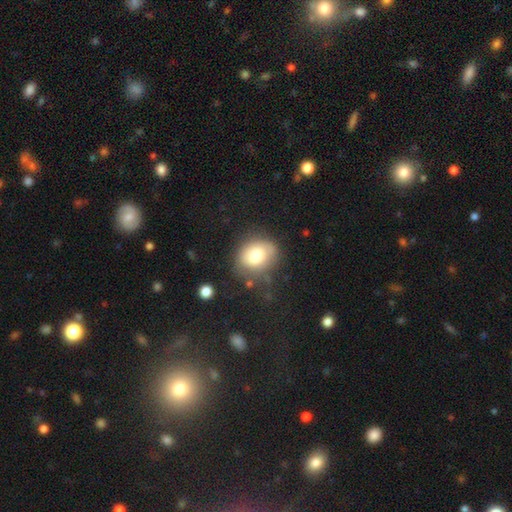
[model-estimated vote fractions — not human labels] A smooth galaxy with no disk features (75%) that is round (57%).

Vote fractions:
- Smooth or featured? smooth: 75% / featured or disk: 16% / star or artifact: 9%
- How rounded? round: 57% / in between: 42% / cigar-shaped: 1%
- Merging? none: 68% / minor disturbance: 21% / major disturbance: 8% / merger: 4%